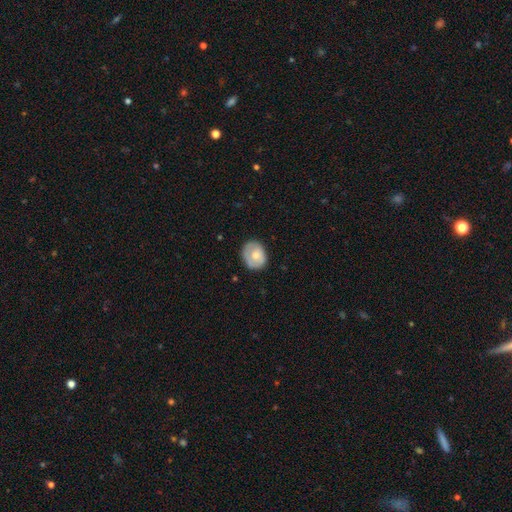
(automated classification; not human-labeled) smooth-or-featured: smooth: 66% | featured or disk: 27% | star or artifact: 7%
  how-rounded: round: 55% | in between: 44% | cigar-shaped: 1%
  merging: none: 69% | minor disturbance: 23% | major disturbance: 6% | merger: 1%